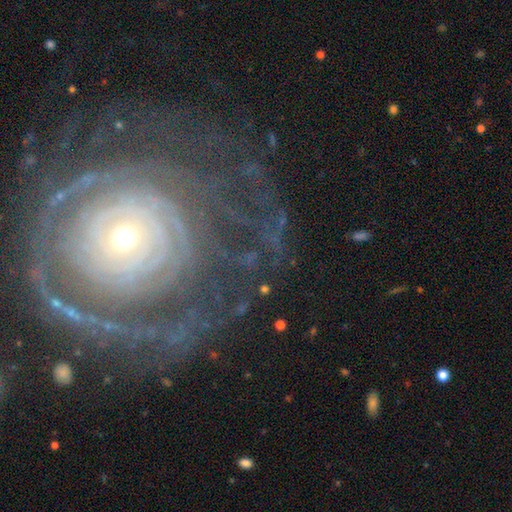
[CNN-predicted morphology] featured or disk 80%, smooth 11%, star or artifact 9%. Down the decision tree: edge-on disk — no (96%); bar — no (82%); spiral arms — yes (83%); spiral arm count — can't tell (43%); spiral winding — tight (82%); bulge size — small (71%); merging — none (70%).